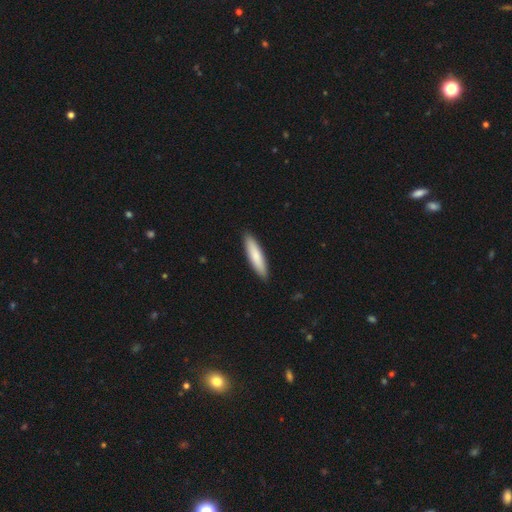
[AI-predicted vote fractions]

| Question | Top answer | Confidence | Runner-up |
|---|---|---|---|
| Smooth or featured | smooth | 82% | featured or disk (13%) |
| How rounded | cigar-shaped | 78% | in between (21%) |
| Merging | none | 91% | minor disturbance (7%) |